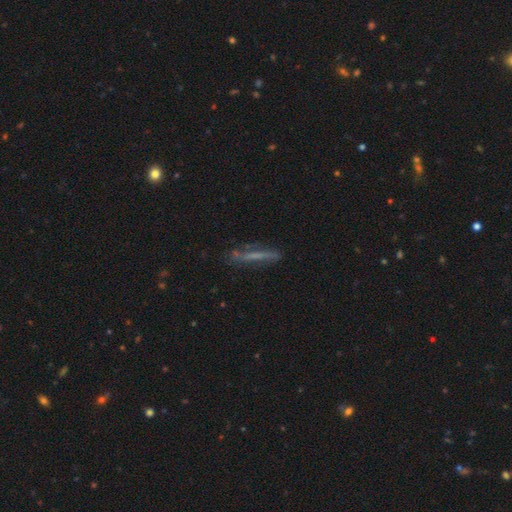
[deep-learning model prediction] Morphology: type=featured or disk (47%); merging=none (70%).